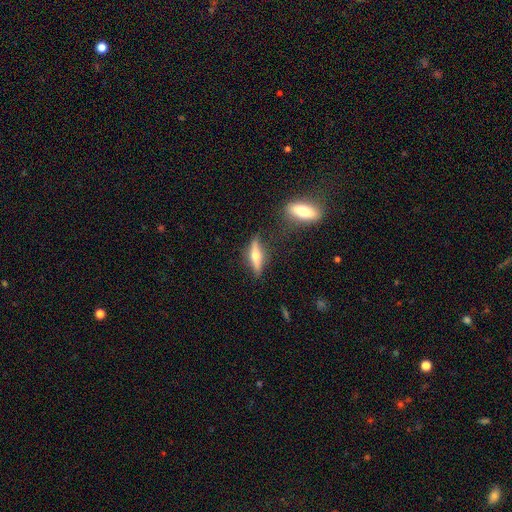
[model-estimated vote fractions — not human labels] Morphology: type=featured or disk (64%); edge-on=yes (93%); edge-on bulge=rounded (94%); merging=none (77%).